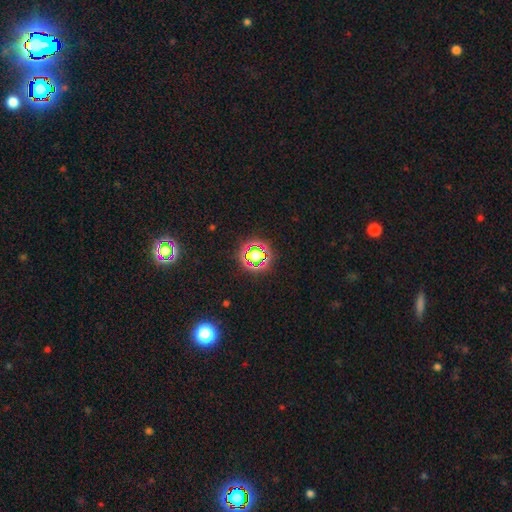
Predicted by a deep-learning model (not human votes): Smooth or featured? Predicted: star or artifact (p=0.53).